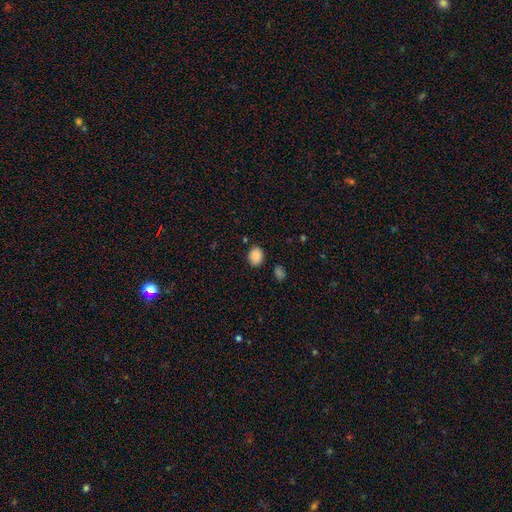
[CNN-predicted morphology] Q: Smooth or featured?
A: smooth (87%); runner-up: star or artifact (9%)
Q: How rounded?
A: round (57%); runner-up: in between (42%)
Q: Merging?
A: none (81%); runner-up: minor disturbance (13%)